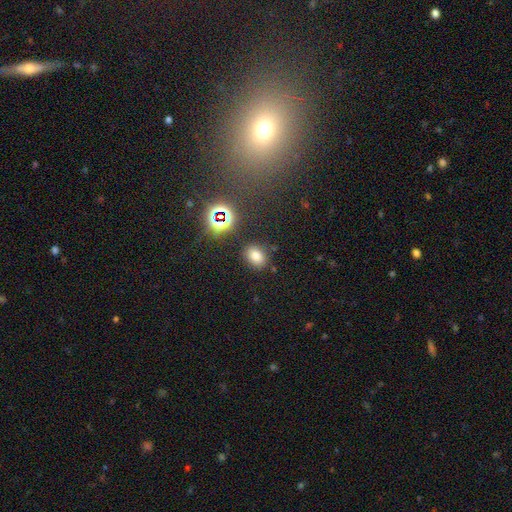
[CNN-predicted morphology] smooth-or-featured: smooth: 73% | star or artifact: 19% | featured or disk: 8%
  how-rounded: in between: 67% | round: 32% | cigar-shaped: 1%
  merging: none: 83% | minor disturbance: 10% | merger: 4% | major disturbance: 3%